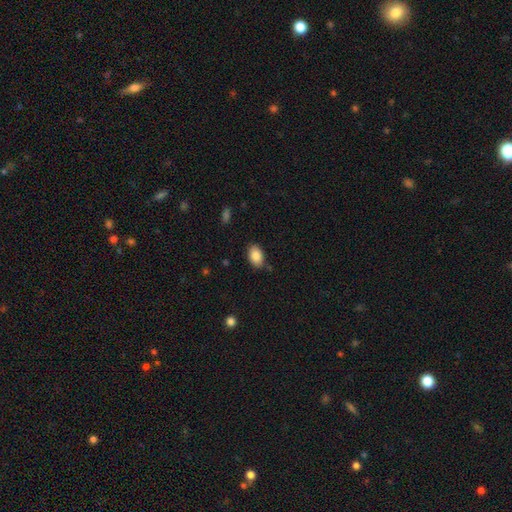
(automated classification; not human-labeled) This is clearly a smooth galaxy (86%). How rounded: clearly in between (88%). Merging: clearly none (82%).